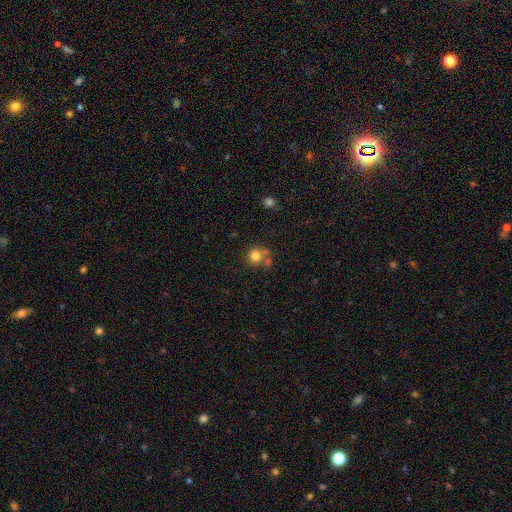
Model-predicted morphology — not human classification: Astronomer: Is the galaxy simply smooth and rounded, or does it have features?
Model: smooth — 80%.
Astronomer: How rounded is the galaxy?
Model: round — 89%.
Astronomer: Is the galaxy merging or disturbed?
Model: none — 59%.